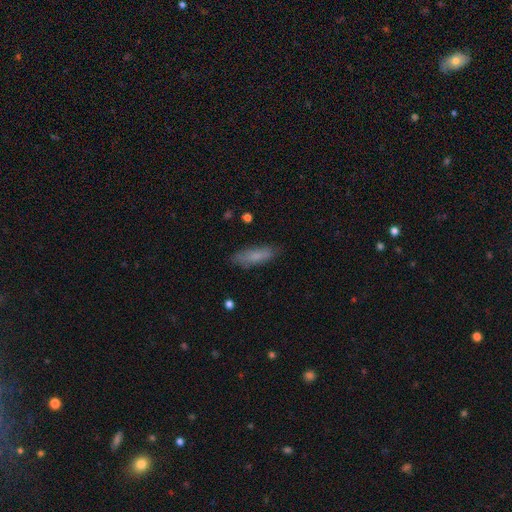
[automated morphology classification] Smooth or featured?
  - smooth: 77% *
  - featured or disk: 17%
  - star or artifact: 6%
How rounded?
  - cigar-shaped: 53% *
  - in between: 45%
  - round: 2%
Merging?
  - none: 81% *
  - minor disturbance: 15%
  - major disturbance: 3%
  - merger: 1%